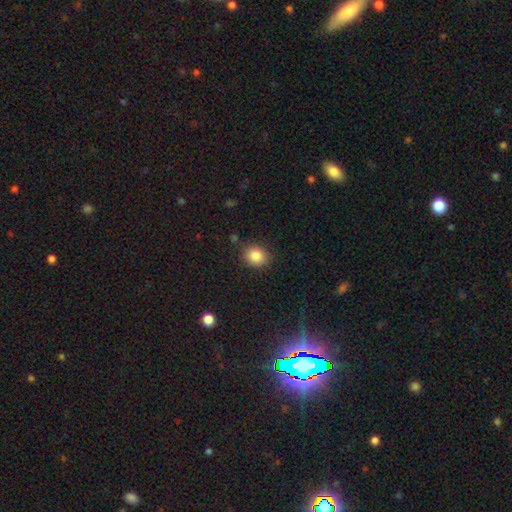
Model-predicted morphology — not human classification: smooth-or-featured: smooth: 85% | star or artifact: 9% | featured or disk: 5%
  how-rounded: round: 65% | in between: 34% | cigar-shaped: 1%
  merging: none: 86% | minor disturbance: 9% | major disturbance: 3% | merger: 2%